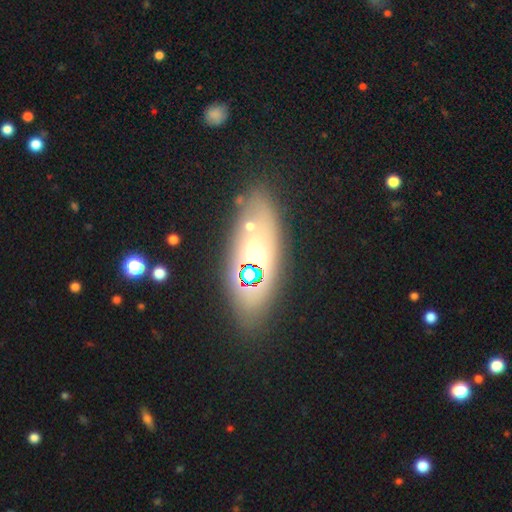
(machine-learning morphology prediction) A featured or disk galaxy (38%, tied with smooth). Merging: none (77%).